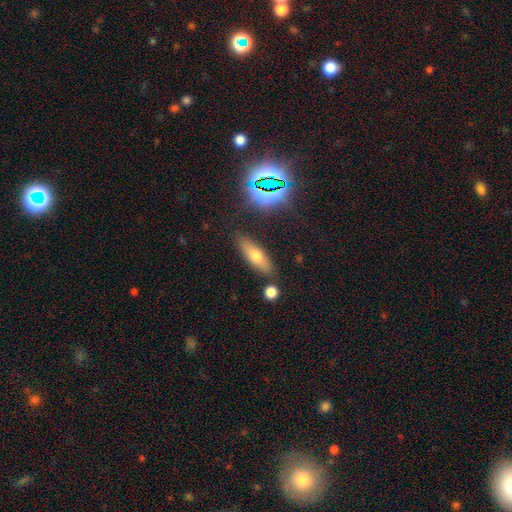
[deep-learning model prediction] This appears to be a smooth galaxy with no disk features (62%) that is in between round and cigar-shaped (59%). Merging: none (82%).